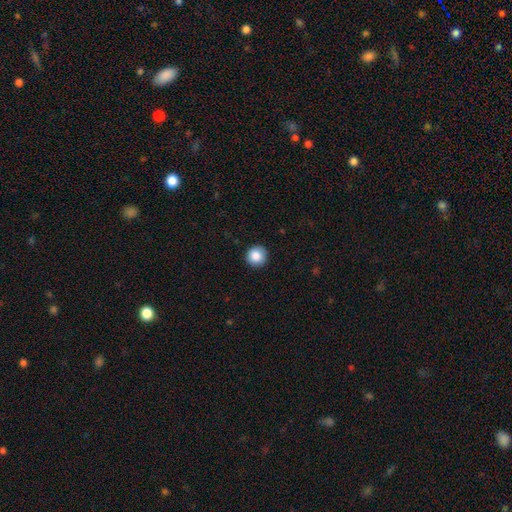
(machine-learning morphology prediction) A smooth galaxy with no disk features (87%) that is round (96%).

Vote fractions:
- Smooth or featured? smooth: 87% / star or artifact: 9% / featured or disk: 4%
- How rounded? round: 96% / in between: 4% / cigar-shaped: 1%
- Merging? none: 92% / minor disturbance: 6% / major disturbance: 2% / merger: 1%